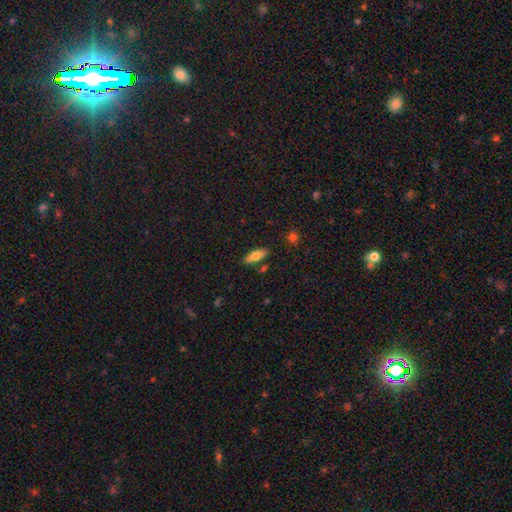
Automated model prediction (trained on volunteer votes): Smooth or featured? smooth (69%)
How rounded? in between (68%)
Merging? none (82%)